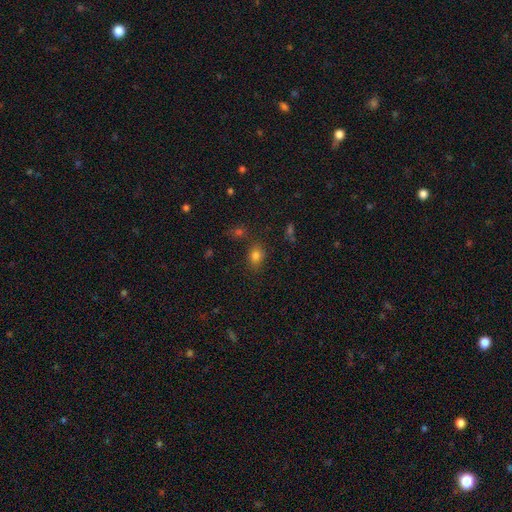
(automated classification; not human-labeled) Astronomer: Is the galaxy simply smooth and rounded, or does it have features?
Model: smooth — 78%.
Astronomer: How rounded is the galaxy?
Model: in between — 64%.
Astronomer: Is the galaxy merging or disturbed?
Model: none — 72%.